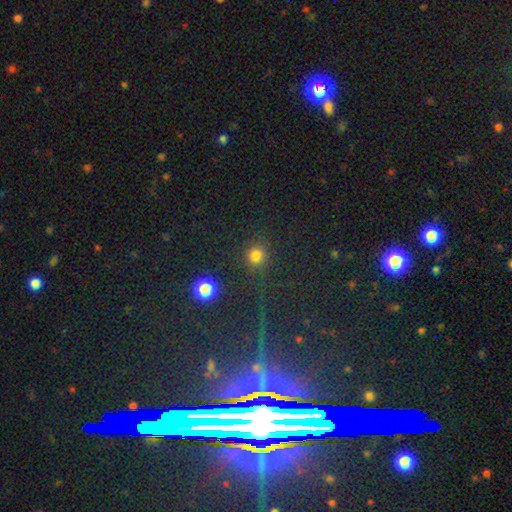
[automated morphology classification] Q: Smooth or featured?
A: smooth (73%); runner-up: star or artifact (22%)
Q: How rounded?
A: round (90%); runner-up: in between (9%)
Q: Merging?
A: none (84%); runner-up: minor disturbance (8%)